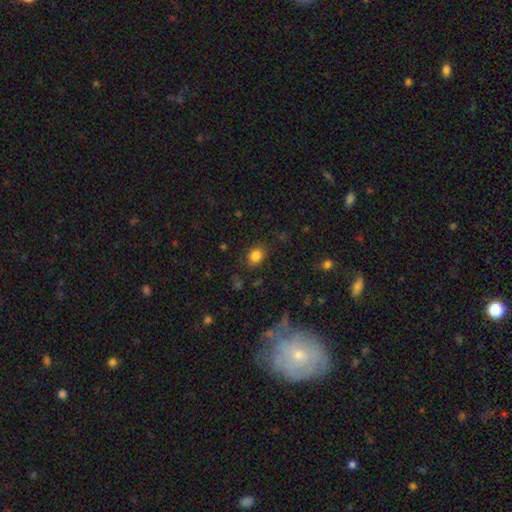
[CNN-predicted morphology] type=smooth (83%); roundness=in between (49%, tied with round); merging=none (81%).